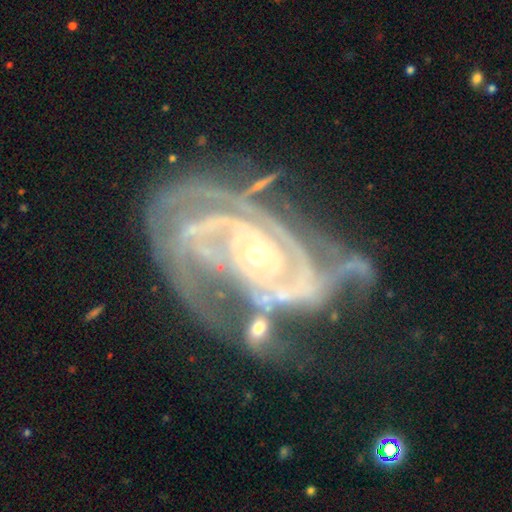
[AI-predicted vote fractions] Smooth or featured? Predicted: featured or disk (p=0.91). Edge-on disk? Predicted: no (p=0.97). Bar? Predicted: no (p=0.68). Spiral arms? Predicted: yes (p=0.98). Spiral winding? Predicted: tight (p=0.70). Spiral arm count? Predicted: 2 (p=0.31). Bulge size? Predicted: small (p=0.73). Merging? Predicted: none (p=0.37).